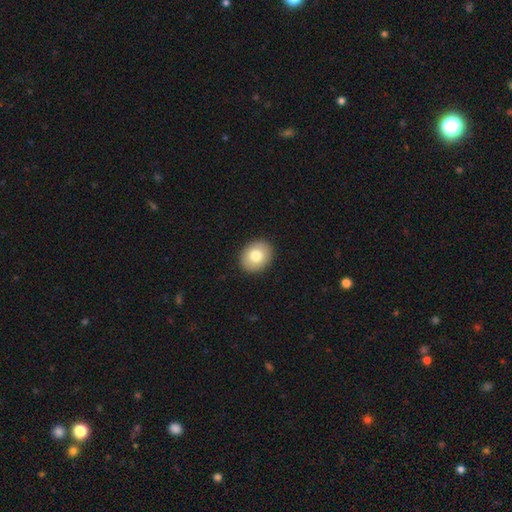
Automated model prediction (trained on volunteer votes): Smooth or featured? Predicted: smooth (p=0.78). How rounded? Predicted: in between (p=0.50, tied with round). Merging? Predicted: none (p=0.91).